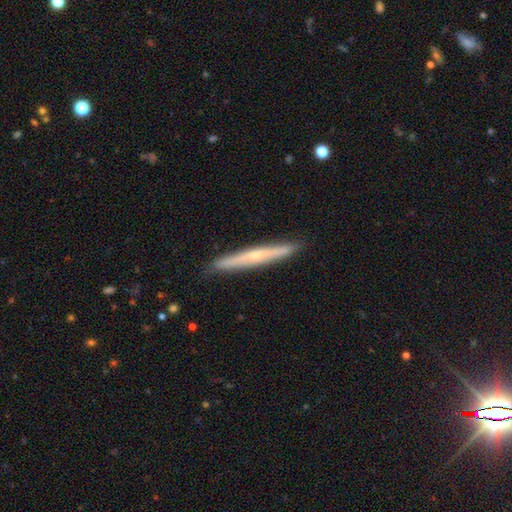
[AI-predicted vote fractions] A featured or disk galaxy (57%) viewed edge-on (95%) with a rounded central bulge (53%).

Vote fractions:
- Smooth or featured? featured or disk: 57% / smooth: 37% / star or artifact: 6%
- Edge-on disk? yes: 95% / no: 5%
- Edge-on bulge? rounded: 53% / none: 43% / boxy: 4%
- Merging? none: 90% / minor disturbance: 7% / major disturbance: 1% / merger: 1%